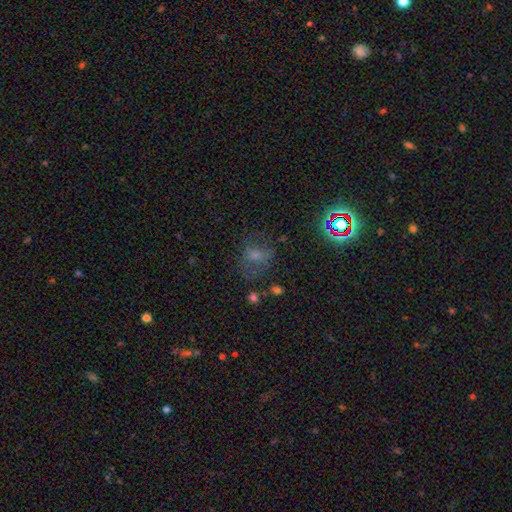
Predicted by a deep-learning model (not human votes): Smooth or featured? Predicted: smooth (p=0.54). How rounded? Predicted: in between (p=0.51). Merging? Predicted: none (p=0.53).